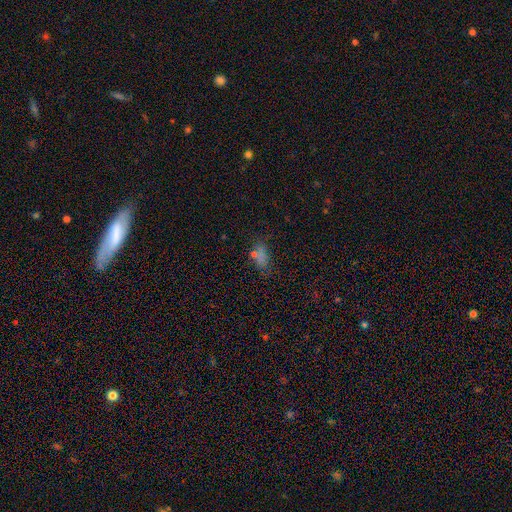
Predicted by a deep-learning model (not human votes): Overall: smooth (57%; star or artifact 32%). How rounded: in between (77%). Merging: none (60%; minor disturbance 21%).